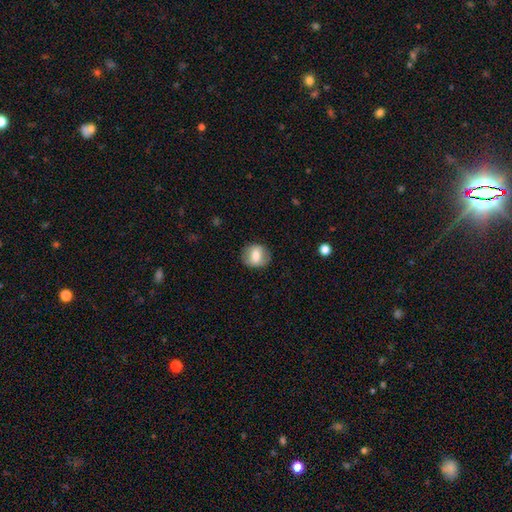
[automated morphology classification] Overall: smooth (68%). How rounded: round (73%). Merging: none (83%).